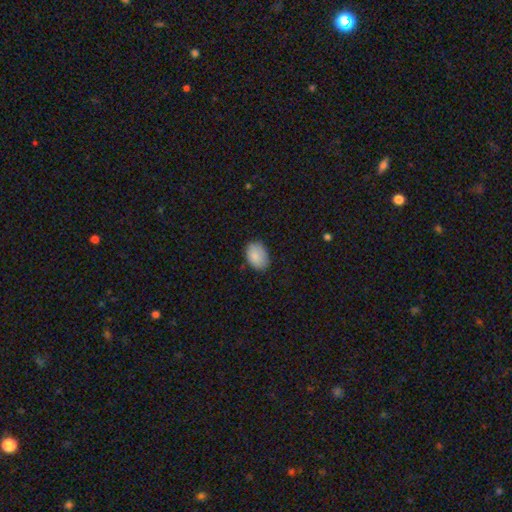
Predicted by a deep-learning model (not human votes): This appears to be a smooth galaxy with no disk features (87%) that is in between round and cigar-shaped (82%). Merging: none (77%).